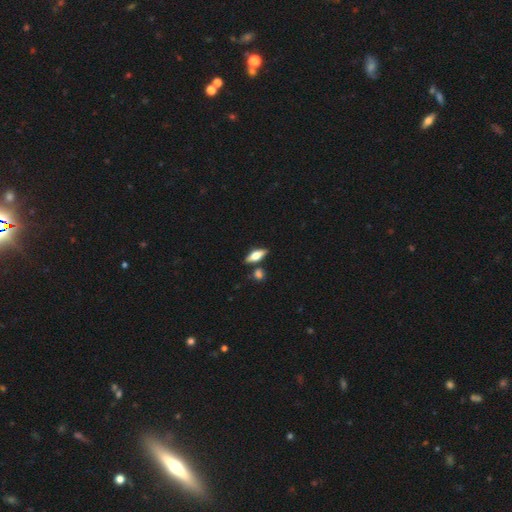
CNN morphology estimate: A featured or disk galaxy (49%). Merging: none (79%).